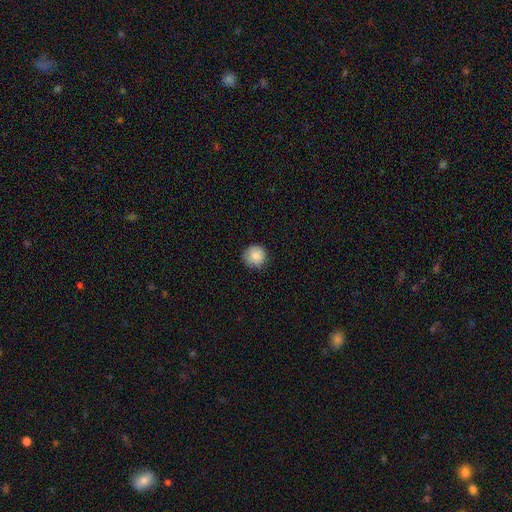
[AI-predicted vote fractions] This appears to be a smooth galaxy with no disk features (87%) that is round (94%). Merging: none (85%).